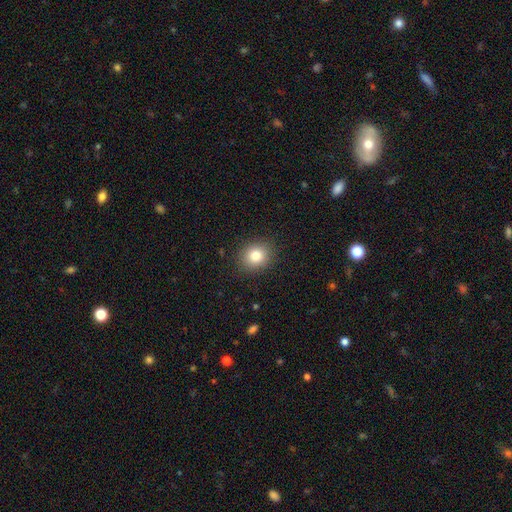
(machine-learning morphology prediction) Q: Smooth or featured?
A: smooth (82%); runner-up: star or artifact (11%)
Q: How rounded?
A: round (75%); runner-up: in between (24%)
Q: Merging?
A: none (89%); runner-up: minor disturbance (8%)